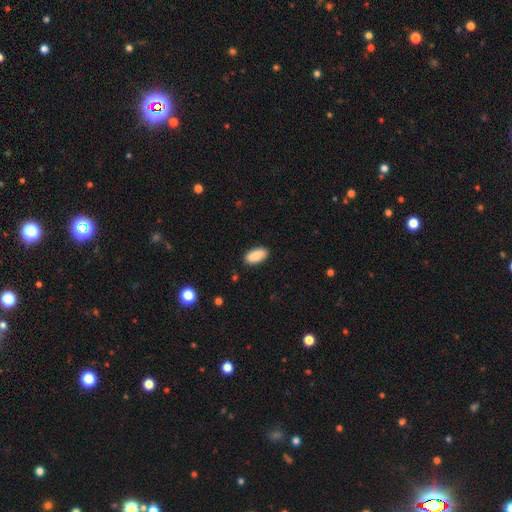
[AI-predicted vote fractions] Smooth or featured? Predicted: smooth (p=0.87). How rounded? Predicted: in between (p=0.93). Merging? Predicted: none (p=0.88).